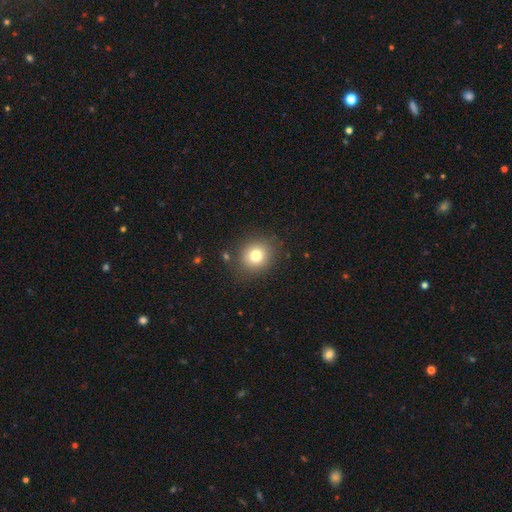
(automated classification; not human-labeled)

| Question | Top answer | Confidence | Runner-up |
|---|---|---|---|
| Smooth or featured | smooth | 78% | star or artifact (12%) |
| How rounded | round | 82% | in between (18%) |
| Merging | none | 86% | minor disturbance (9%) |